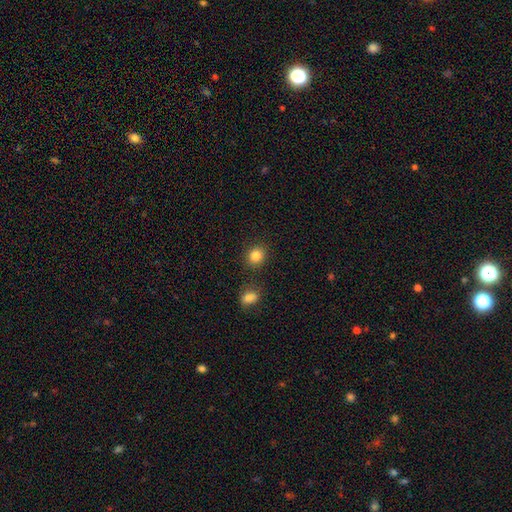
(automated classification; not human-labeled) Smooth or featured: smooth — 84% (star or artifact — 11%)
How rounded: round — 75% (in between — 25%)
Merging: none — 85% (minor disturbance — 8%)